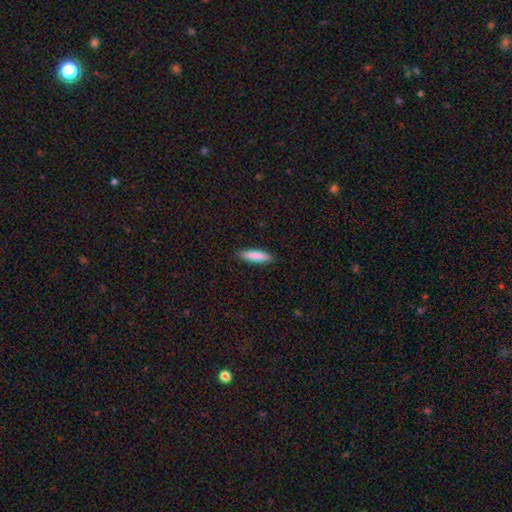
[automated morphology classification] A smooth galaxy with no disk features (86%) that is cigar-shaped (67%).

Vote fractions:
- Smooth or featured? smooth: 86% / featured or disk: 8% / star or artifact: 6%
- How rounded? cigar-shaped: 67% / in between: 32% / round: 1%
- Merging? none: 89% / minor disturbance: 8% / major disturbance: 2% / merger: 1%